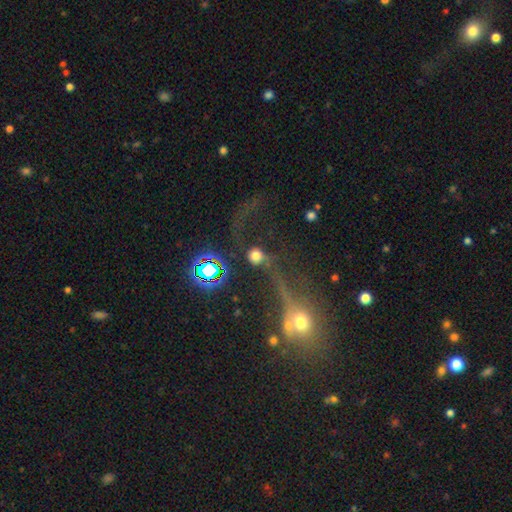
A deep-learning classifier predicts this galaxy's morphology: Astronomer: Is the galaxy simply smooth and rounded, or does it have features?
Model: smooth — 49% (runner-up: featured or disk, 28%).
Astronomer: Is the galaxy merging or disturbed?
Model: none — 42% (runner-up: major disturbance, 29%).